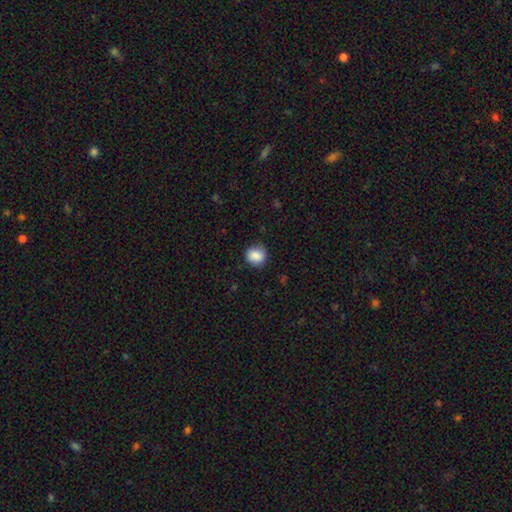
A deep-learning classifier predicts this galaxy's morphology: Smooth or featured? Predicted: smooth (p=0.85). How rounded? Predicted: round (p=0.77). Merging? Predicted: none (p=0.82).